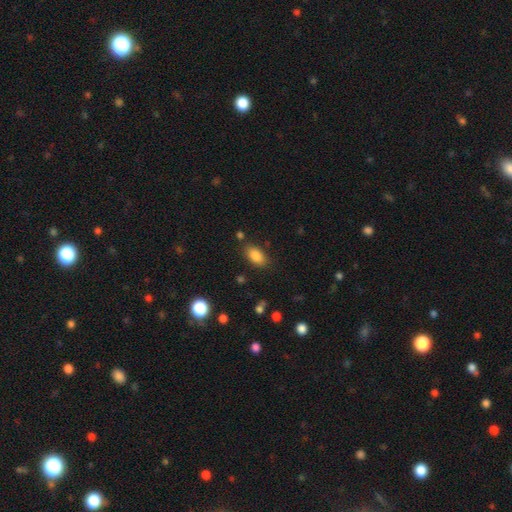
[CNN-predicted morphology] Smooth or featured?
  - smooth: 86% *
  - star or artifact: 8%
  - featured or disk: 6%
How rounded?
  - in between: 91% *
  - round: 6%
  - cigar-shaped: 4%
Merging?
  - none: 81% *
  - minor disturbance: 12%
  - major disturbance: 3%
  - merger: 3%